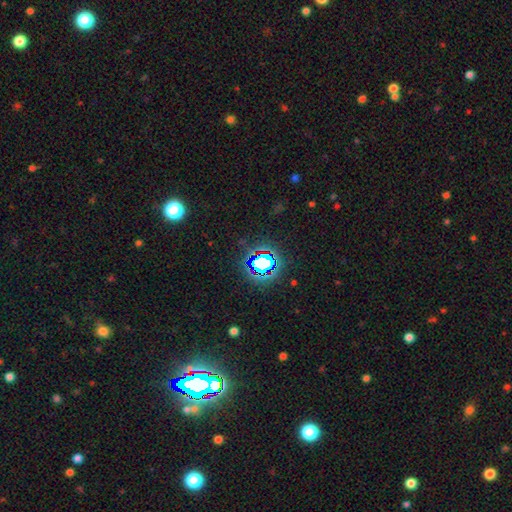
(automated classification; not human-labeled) Smooth or featured? Predicted: star or artifact (p=0.79).